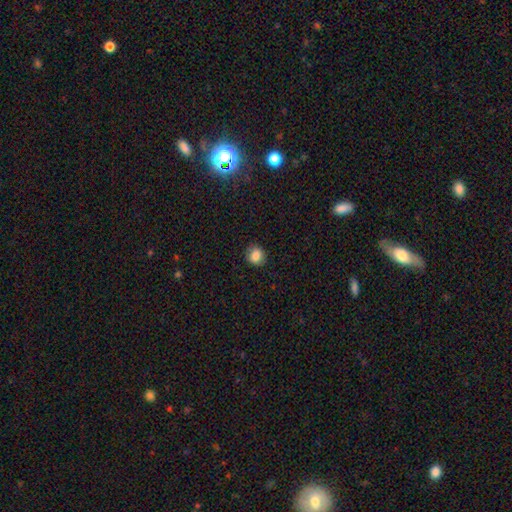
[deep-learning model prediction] smooth 85%, star or artifact 10%, featured or disk 5%. Down the decision tree: how rounded — round (80%); merging — none (87%).